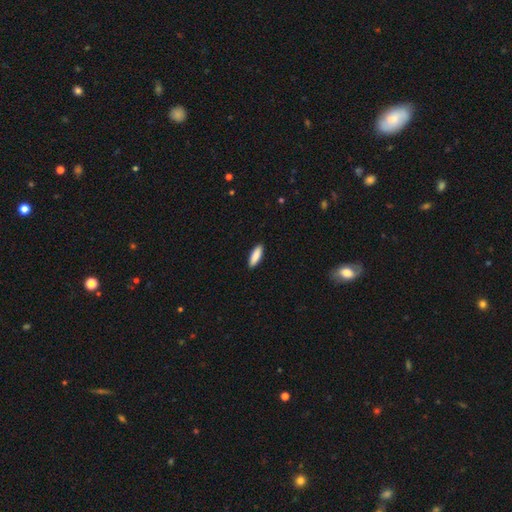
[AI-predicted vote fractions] Smooth or featured? smooth (89%)
How rounded? cigar-shaped (50%)
Merging? none (91%)